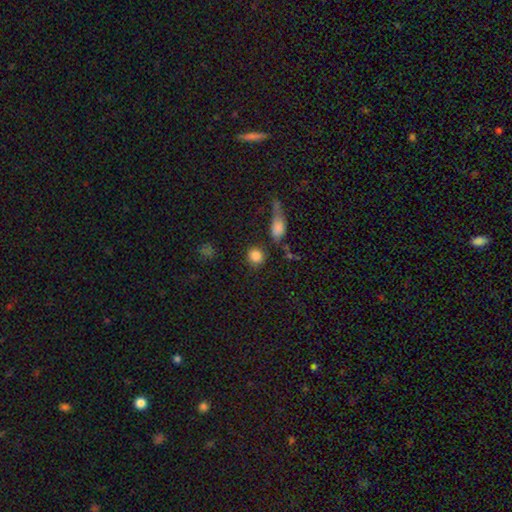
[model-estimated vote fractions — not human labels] smooth 85%, star or artifact 10%, featured or disk 5%. Down the decision tree: how rounded — round (89%); merging — none (80%).